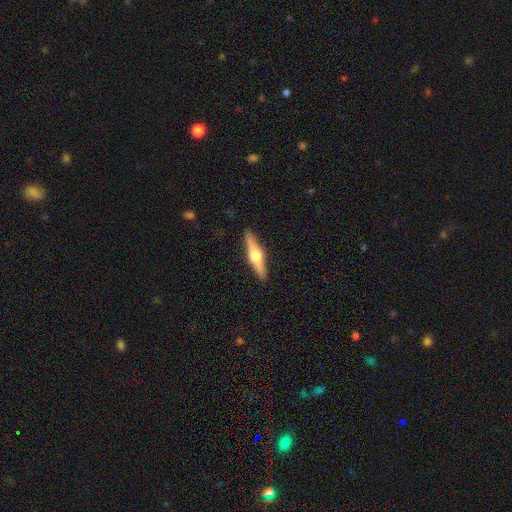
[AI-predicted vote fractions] Q: Smooth or featured?
A: featured or disk (73%); runner-up: smooth (22%)
Q: Edge-on disk?
A: yes (97%); runner-up: no (3%)
Q: Edge-on bulge?
A: rounded (96%); runner-up: boxy (2%)
Q: Merging?
A: none (91%); runner-up: minor disturbance (6%)